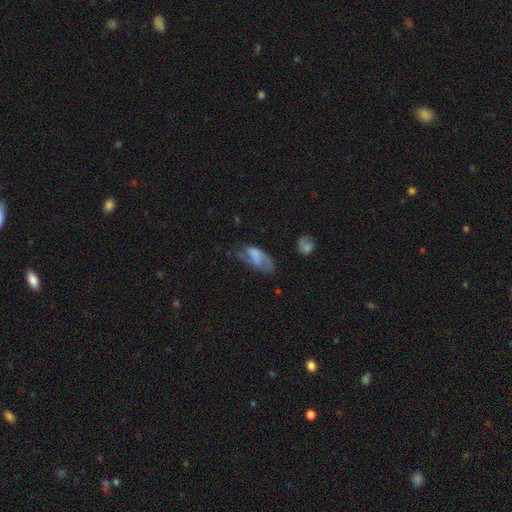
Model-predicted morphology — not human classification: smooth 61%, featured or disk 30%, star or artifact 9%. Down the decision tree: how rounded — in between (87%); merging — major disturbance (32%, tied with none).